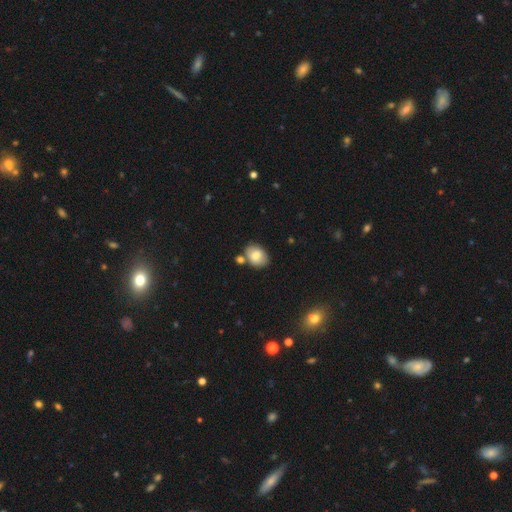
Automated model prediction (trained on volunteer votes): Smooth or featured? smooth (79%)
How rounded? in between (71%)
Merging? none (67%)